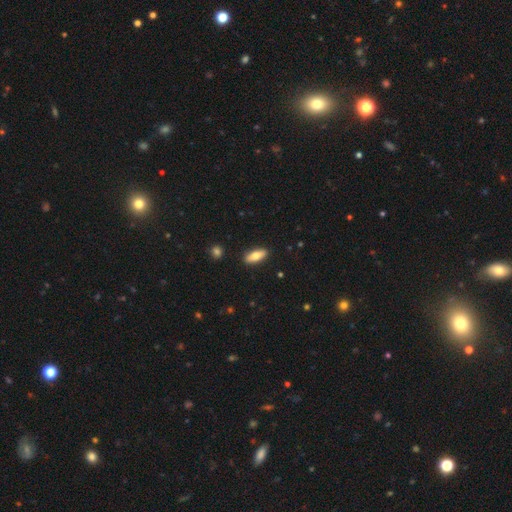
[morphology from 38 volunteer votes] type=smooth (63%); roundness=in between (79%); merging=none (89%).